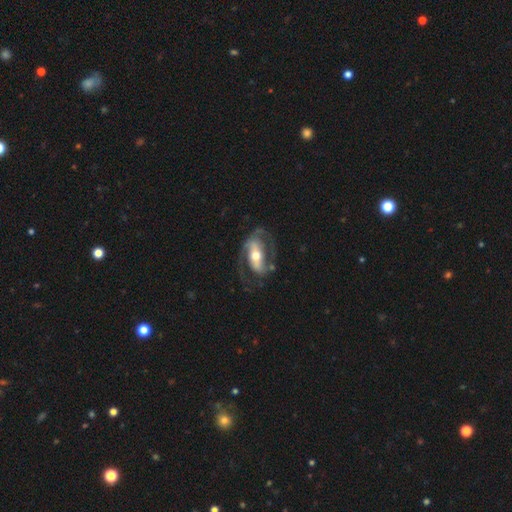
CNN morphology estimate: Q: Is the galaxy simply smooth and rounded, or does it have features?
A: featured or disk — 80%.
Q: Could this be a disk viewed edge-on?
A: no — 93%.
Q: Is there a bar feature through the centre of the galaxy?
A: strong — 52%.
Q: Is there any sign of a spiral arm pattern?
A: yes — 84%.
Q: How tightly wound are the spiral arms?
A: medium — 48%.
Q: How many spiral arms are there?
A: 2 — 84%.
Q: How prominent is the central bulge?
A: moderate — 67%.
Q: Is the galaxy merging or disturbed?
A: none — 60%.